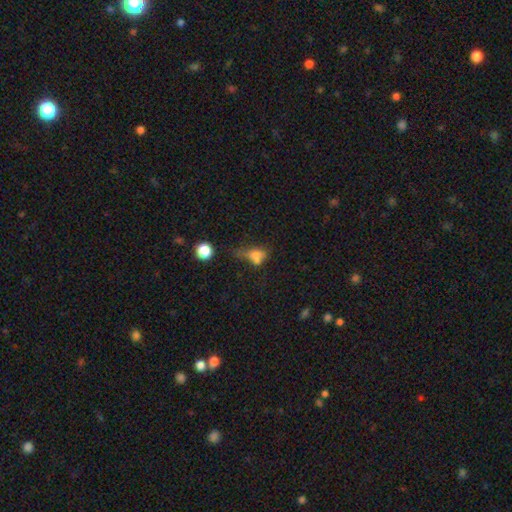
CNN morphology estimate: A smooth galaxy with no disk features (63%) that is in between round and cigar-shaped (65%). Merging: merger (27%).